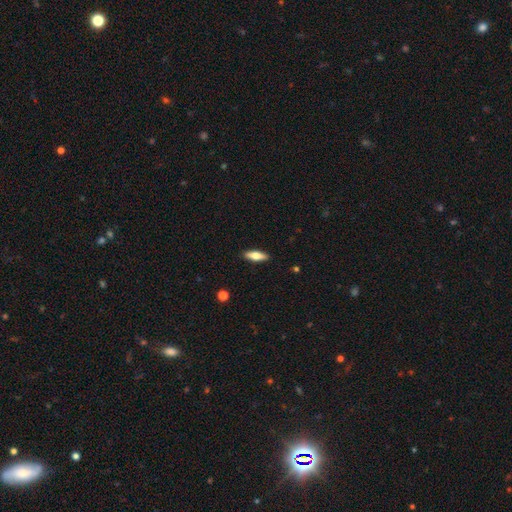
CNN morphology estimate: Smooth or featured? smooth (69%)
How rounded? in between (56%)
Merging? none (89%)